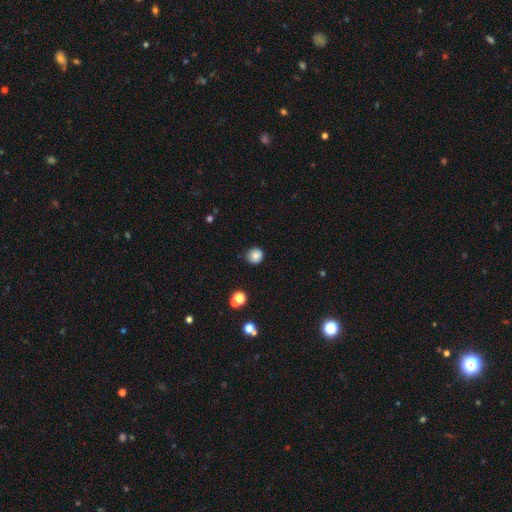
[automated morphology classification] A smooth galaxy with no disk features (83%) that is round (91%).

Vote fractions:
- Smooth or featured? smooth: 83% / star or artifact: 11% / featured or disk: 6%
- How rounded? round: 91% / in between: 8% / cigar-shaped: 1%
- Merging? none: 82% / minor disturbance: 13% / major disturbance: 3% / merger: 2%